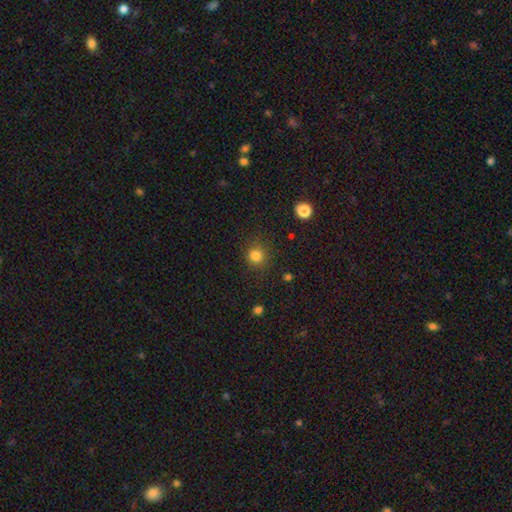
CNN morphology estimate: type=smooth (82%); roundness=round (85%); merging=none (82%).